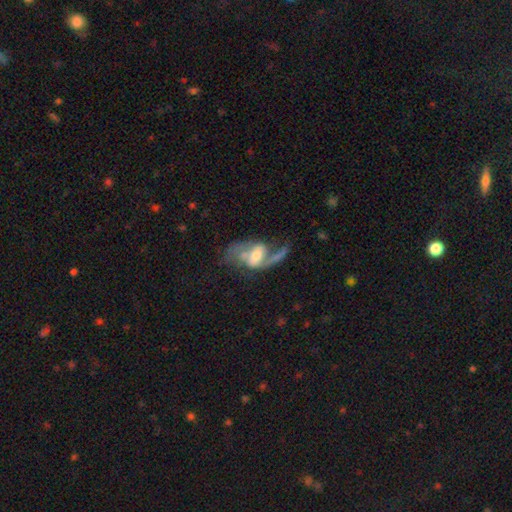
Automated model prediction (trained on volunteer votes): Smooth or featured: featured or disk — 81% (smooth — 13%)
Edge-on disk: no — 96% (yes — 4%)
Bar: weak — 43% (no — 35%)
Spiral arms: yes — 88% (no — 12%)
Spiral winding: loose — 65% (medium — 28%)
Spiral arm count: 2 — 73% (1 — 17%)
Bulge size: moderate — 50% (small — 35%)
Merging: major disturbance — 38% (tied with none — 38%)